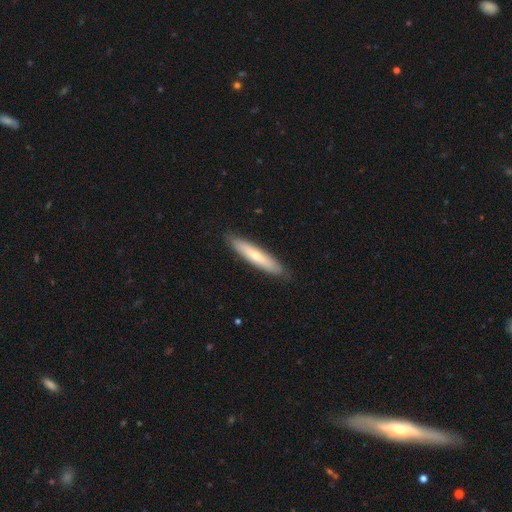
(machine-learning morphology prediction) Smooth or featured? Predicted: smooth (p=0.61). How rounded? Predicted: cigar-shaped (p=0.87). Merging? Predicted: none (p=0.88).